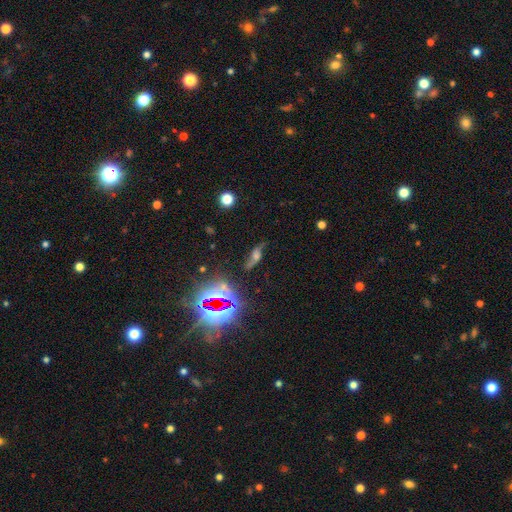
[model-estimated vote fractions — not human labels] Morphology: type=featured or disk (45%); merging=none (63%).